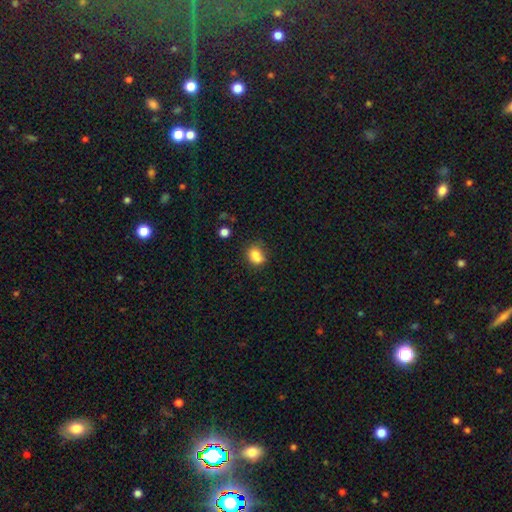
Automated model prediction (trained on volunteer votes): smooth 77%, featured or disk 12%, star or artifact 11%. Down the decision tree: how rounded — in between (51%); merging — none (40%).